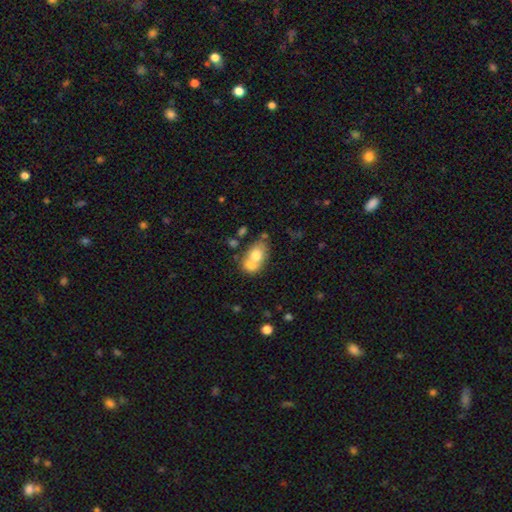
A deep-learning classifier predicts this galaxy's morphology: Smooth or featured? smooth (69%)
How rounded? in between (65%)
Merging? merger (61%)